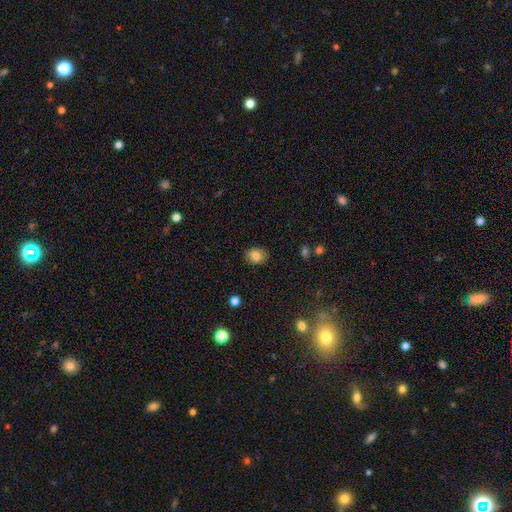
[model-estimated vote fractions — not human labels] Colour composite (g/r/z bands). It shows a smooth galaxy with no disk features (82%) that is in between round and cigar-shaped (60%). Merging: none (86%).